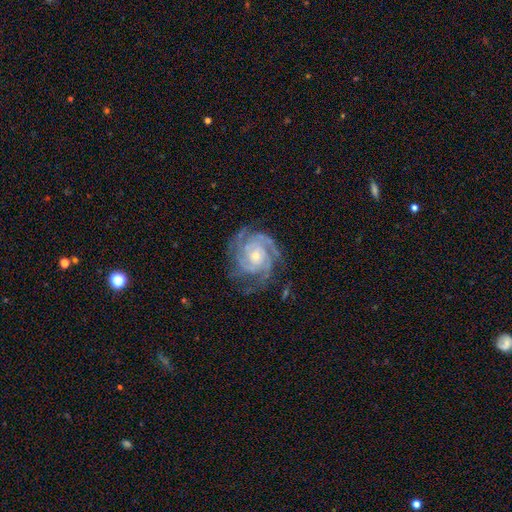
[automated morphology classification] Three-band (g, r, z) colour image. It shows a featured or disk galaxy (91%) with no bar (70%), 3 (34%) tight (72%) spiral arms (98%) and a small central bulge (60%). Merging: none (73%).